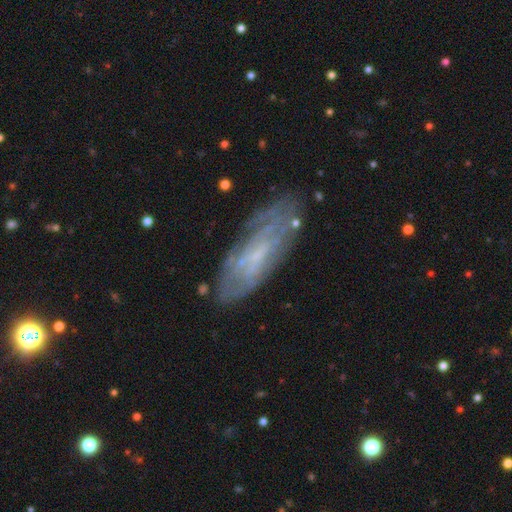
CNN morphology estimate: Smooth or featured? Predicted: featured or disk (p=0.63). Edge-on disk? Predicted: no (p=0.79). Merging? Predicted: none (p=0.73).